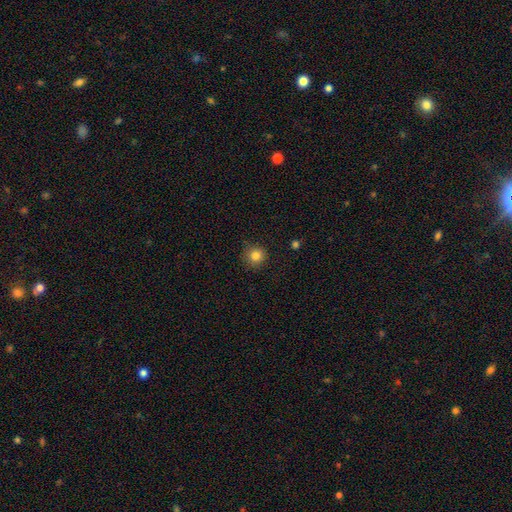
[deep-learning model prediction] Smooth or featured? Predicted: smooth (p=0.83). How rounded? Predicted: round (p=0.93). Merging? Predicted: none (p=0.87).